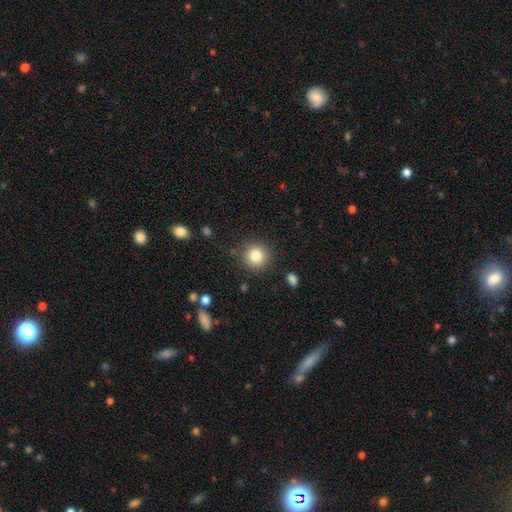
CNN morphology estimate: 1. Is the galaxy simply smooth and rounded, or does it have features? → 83% smooth, 10% star or artifact, 7% featured or disk.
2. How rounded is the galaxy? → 93% round, 6% in between, 1% cigar-shaped.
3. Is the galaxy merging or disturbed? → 86% none, 9% minor disturbance, 3% major disturbance, 2% merger.